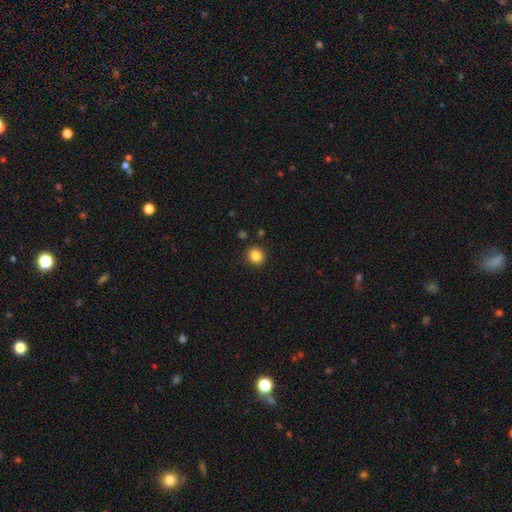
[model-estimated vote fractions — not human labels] This is clearly a smooth galaxy (84%). How rounded: clearly round (87%). Merging: clearly none (91%).